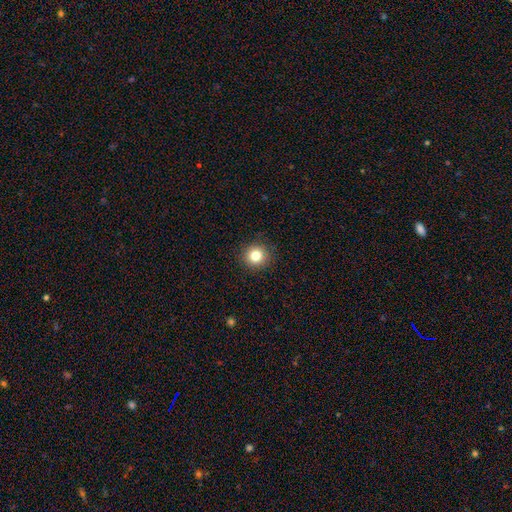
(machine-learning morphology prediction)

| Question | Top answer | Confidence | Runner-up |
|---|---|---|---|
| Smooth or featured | smooth | 82% | star or artifact (12%) |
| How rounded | round | 92% | in between (7%) |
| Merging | none | 92% | minor disturbance (6%) |